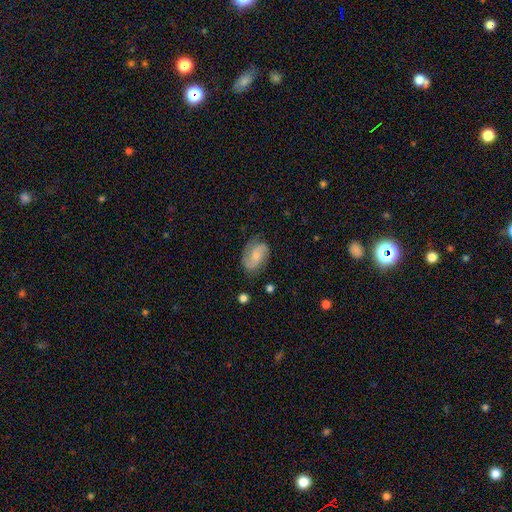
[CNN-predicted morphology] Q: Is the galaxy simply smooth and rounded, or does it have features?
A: featured or disk — 61%.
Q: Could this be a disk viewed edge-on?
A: no — 97%.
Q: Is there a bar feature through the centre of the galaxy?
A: no — 59%.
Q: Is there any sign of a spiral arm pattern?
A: yes — 91%.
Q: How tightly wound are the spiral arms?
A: medium — 45%.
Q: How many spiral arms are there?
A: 2 — 82%.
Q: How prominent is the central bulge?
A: small — 52%.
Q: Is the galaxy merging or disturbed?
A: none — 72%.